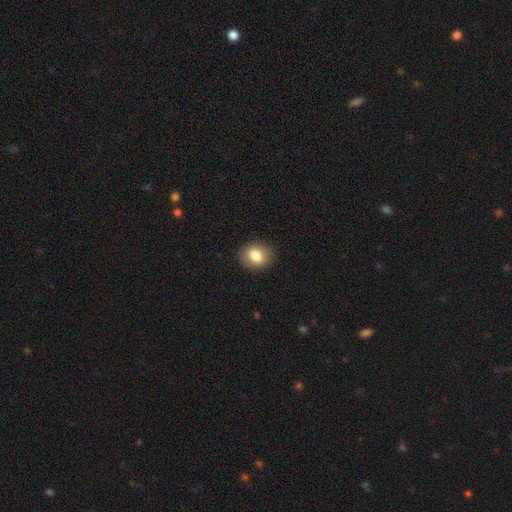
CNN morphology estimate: smooth_or_featured: smooth (p=0.82) [alt: featured or disk p=0.10]
how_rounded: round (p=0.59) [alt: in between p=0.40]
merging: none (p=0.88) [alt: minor disturbance p=0.08]